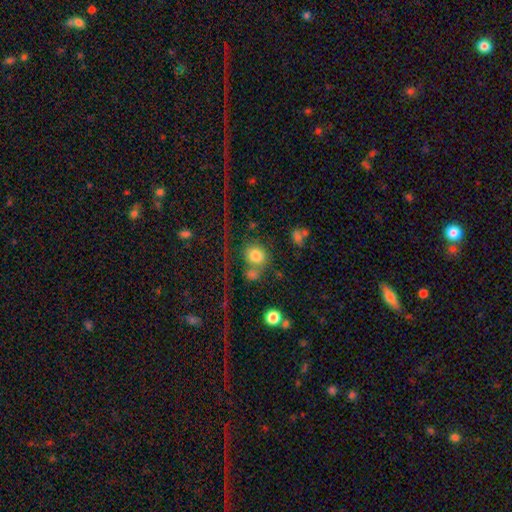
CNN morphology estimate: This appears to be a smooth galaxy with no disk features (74%) that is round (79%). Merging: none (47%).